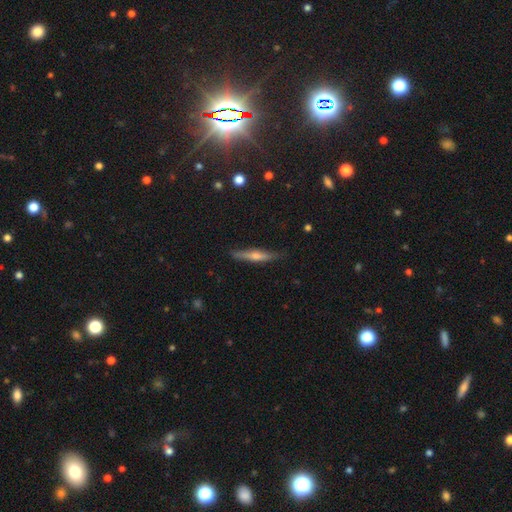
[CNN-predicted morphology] featured or disk 58%, smooth 35%, star or artifact 7%. Down the decision tree: edge-on disk — yes (95%); edge-on bulge — rounded (79%); merging — none (85%).